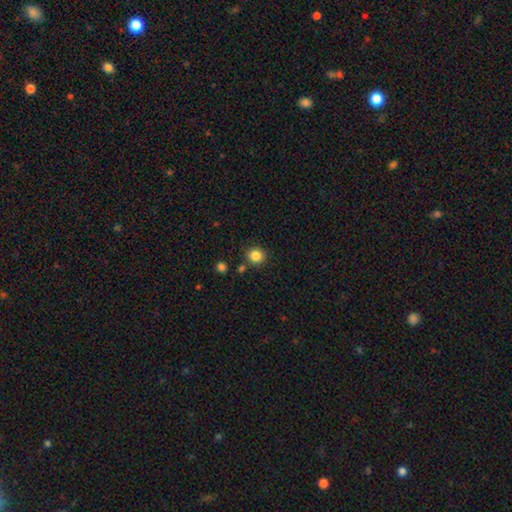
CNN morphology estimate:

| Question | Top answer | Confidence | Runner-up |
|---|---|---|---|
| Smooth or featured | smooth | 85% | star or artifact (11%) |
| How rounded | round | 86% | in between (14%) |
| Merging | none | 84% | minor disturbance (8%) |